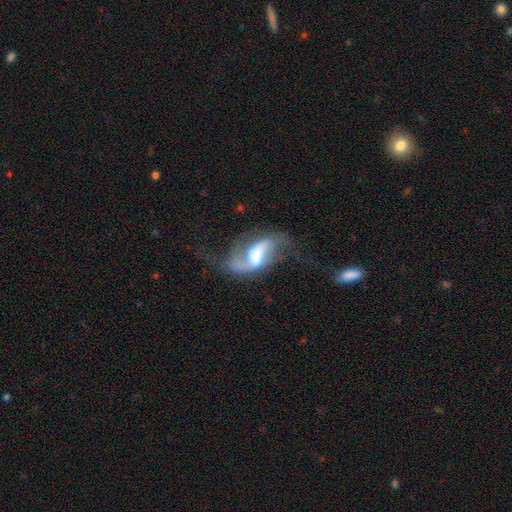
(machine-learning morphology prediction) Q: Smooth or featured?
A: featured or disk (78%); runner-up: smooth (15%)
Q: Edge-on disk?
A: no (95%); runner-up: yes (5%)
Q: Bar?
A: weak (42%); runner-up: strong (33%)
Q: Spiral arms?
A: yes (89%); runner-up: no (11%)
Q: Spiral winding?
A: loose (69%); runner-up: medium (25%)
Q: Spiral arm count?
A: 2 (85%); runner-up: 1 (6%)
Q: Bulge size?
A: moderate (35%); runner-up: large (31%)
Q: Merging?
A: none (41%); runner-up: major disturbance (35%)